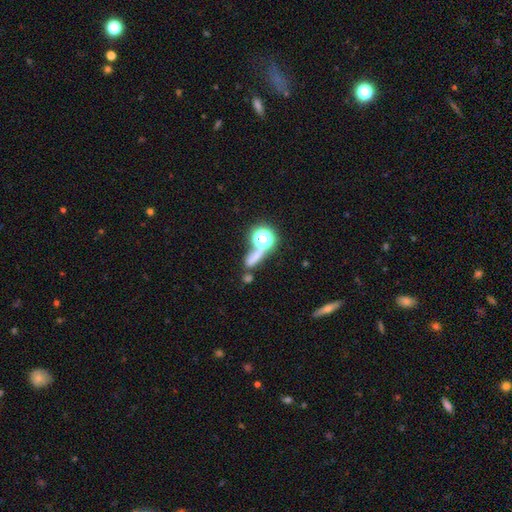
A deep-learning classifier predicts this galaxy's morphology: Smooth or featured?
  - smooth: 54% *
  - star or artifact: 32%
  - featured or disk: 14%
How rounded?
  - round: 39% *
  - cigar-shaped: 31%
  - in between: 30%
Merging?
  - none: 47% *
  - merger: 31%
  - minor disturbance: 12%
  - major disturbance: 11%